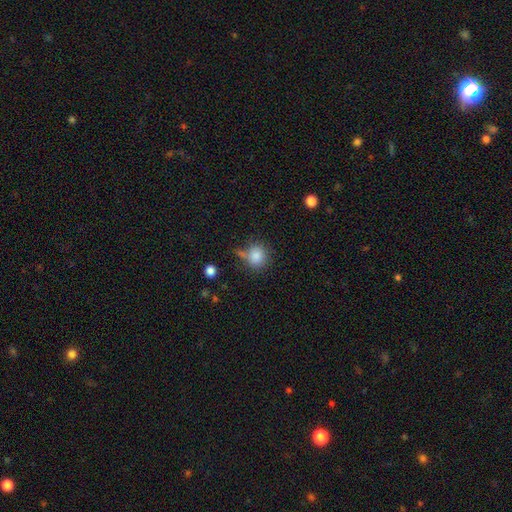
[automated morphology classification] smooth_or_featured: smooth (p=0.84) [alt: star or artifact p=0.10]
how_rounded: round (p=0.87) [alt: in between p=0.12]
merging: none (p=0.61) [alt: minor disturbance p=0.18]